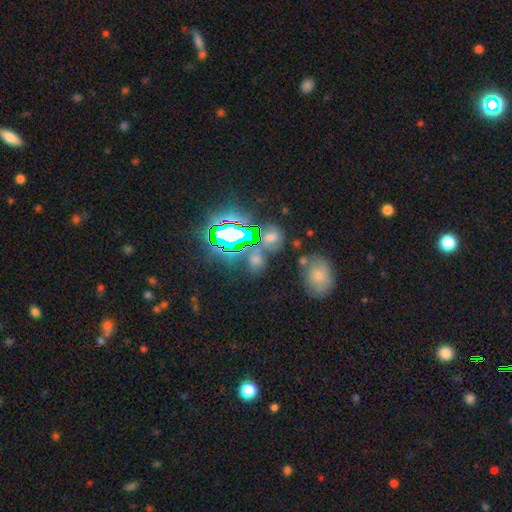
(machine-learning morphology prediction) The model was most divided on "smooth or featured": star or artifact: 54%, smooth: 35%, featured or disk: 11%.